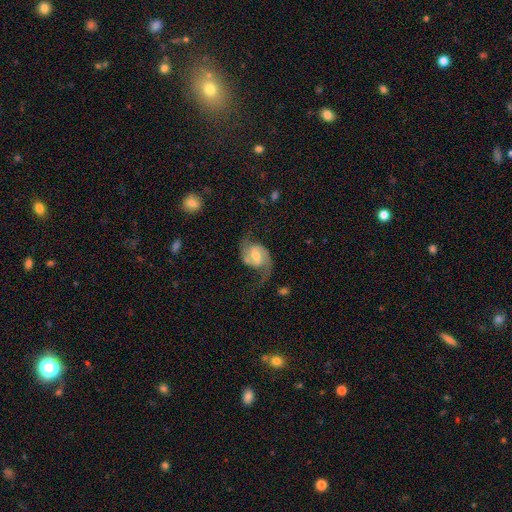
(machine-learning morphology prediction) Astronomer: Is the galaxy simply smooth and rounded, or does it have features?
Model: featured or disk — 85%.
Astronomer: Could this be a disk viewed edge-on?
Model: no — 98%.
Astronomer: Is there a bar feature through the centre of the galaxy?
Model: weak — 53% (runner-up: no, 29%).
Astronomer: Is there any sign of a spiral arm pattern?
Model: yes — 96%.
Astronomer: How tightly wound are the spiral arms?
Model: loose — 50% (runner-up: medium, 40%).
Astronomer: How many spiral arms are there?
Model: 2 — 91%.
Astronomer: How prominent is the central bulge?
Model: moderate — 63%.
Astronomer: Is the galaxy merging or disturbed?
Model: none — 62%.